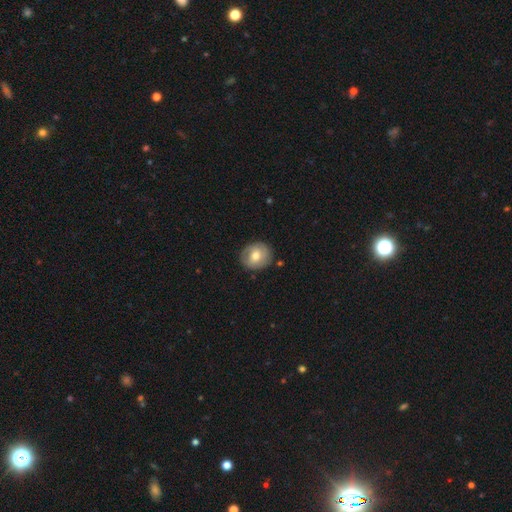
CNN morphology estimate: Smooth or featured? smooth (56%)
How rounded? round (72%)
Merging? none (80%)